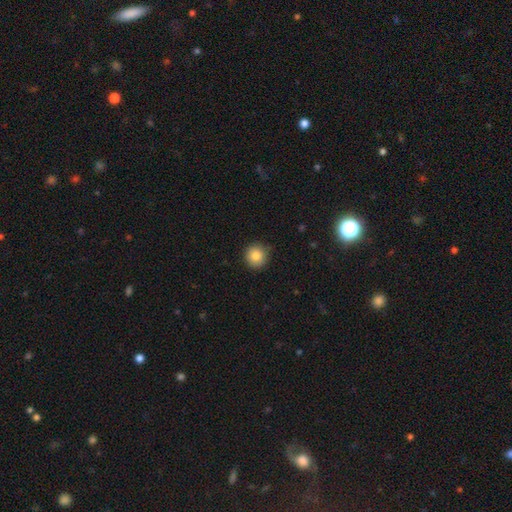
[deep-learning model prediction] smooth_or_featured: smooth (p=0.85) [alt: star or artifact p=0.10]
how_rounded: round (p=0.94) [alt: in between p=0.05]
merging: none (p=0.87) [alt: minor disturbance p=0.10]